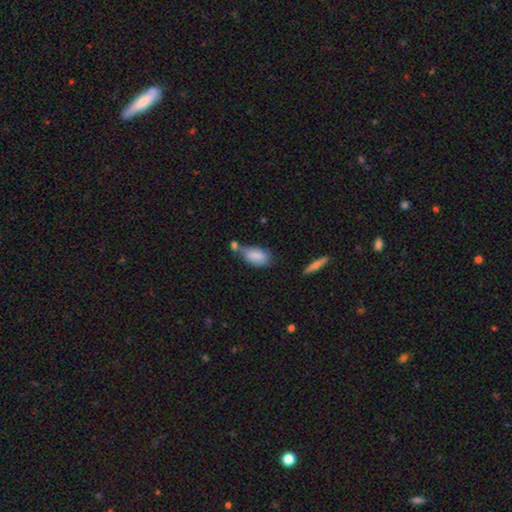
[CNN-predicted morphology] This appears to be a smooth galaxy with no disk features (83%) that is in between round and cigar-shaped (90%). Merging: none (37%).